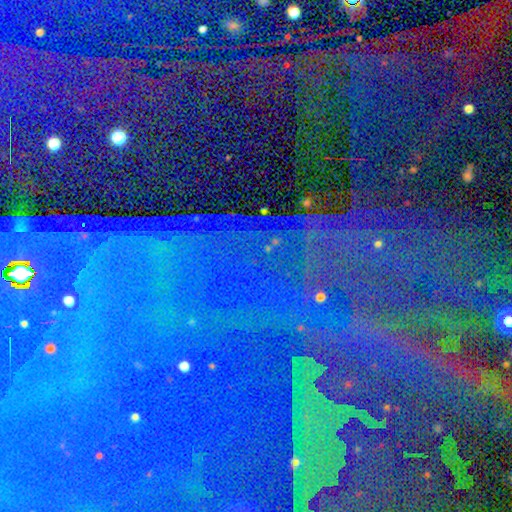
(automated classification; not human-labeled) A star or artifact, not a galaxy (88%).